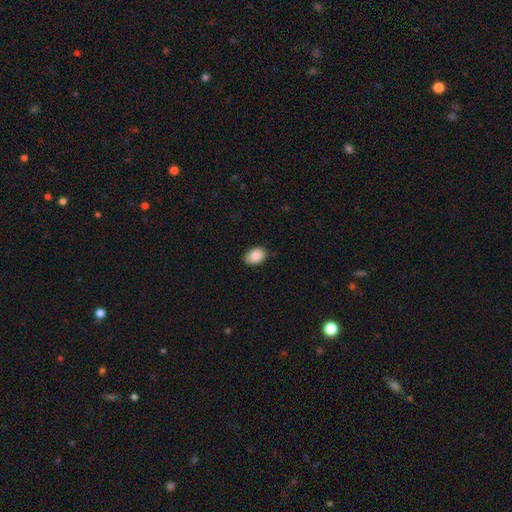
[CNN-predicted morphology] This appears to be a smooth galaxy with no disk features (88%) that is in between round and cigar-shaped (78%). Merging: none (76%).